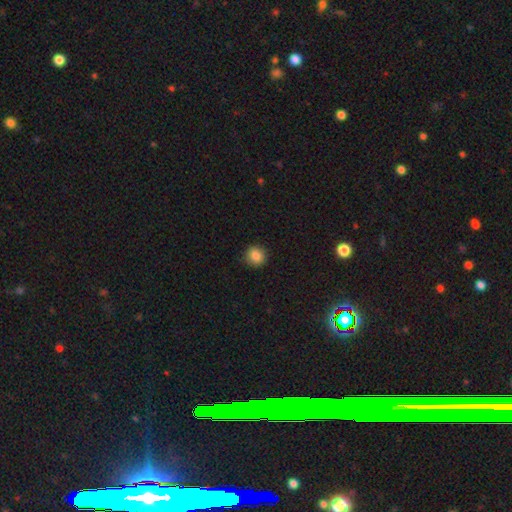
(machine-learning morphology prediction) Smooth or featured?
  - smooth: 85% *
  - star or artifact: 10%
  - featured or disk: 5%
How rounded?
  - round: 89% *
  - in between: 10%
  - cigar-shaped: 1%
Merging?
  - none: 89% *
  - minor disturbance: 8%
  - major disturbance: 2%
  - merger: 1%